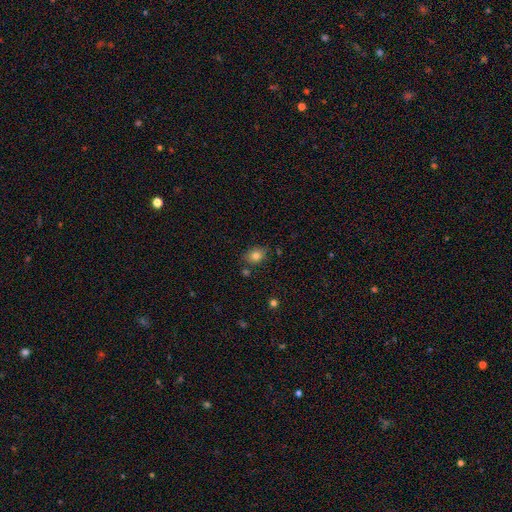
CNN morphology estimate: Q: Smooth or featured?
A: smooth (80%); runner-up: star or artifact (11%)
Q: How rounded?
A: in between (64%); runner-up: round (35%)
Q: Merging?
A: none (77%); runner-up: minor disturbance (15%)